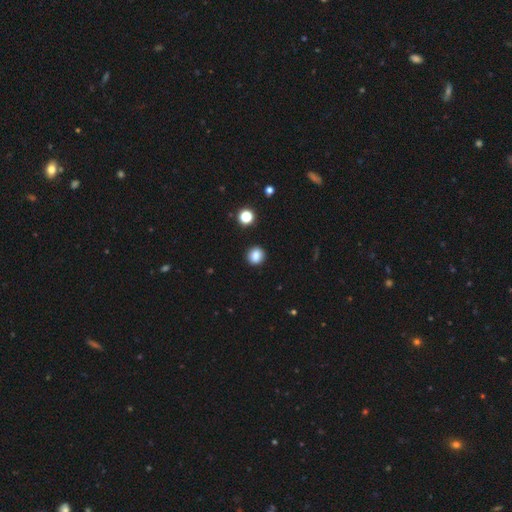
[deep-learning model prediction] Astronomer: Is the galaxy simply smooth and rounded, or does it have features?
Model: smooth — 84%.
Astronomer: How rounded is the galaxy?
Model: round — 82%.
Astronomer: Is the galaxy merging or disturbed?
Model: none — 90%.